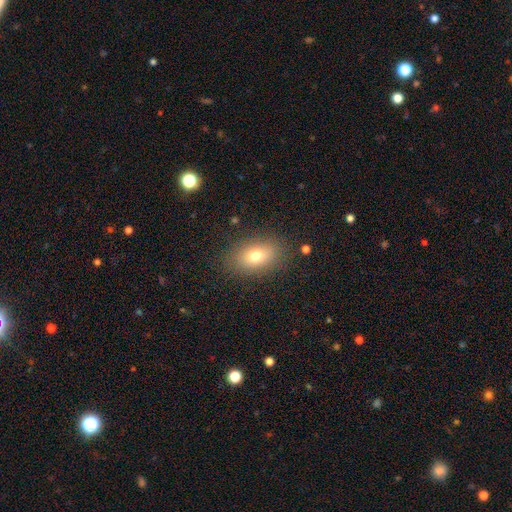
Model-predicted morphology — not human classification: A smooth galaxy with no disk features (73%) that is in between round and cigar-shaped (81%).

Vote fractions:
- Smooth or featured? smooth: 73% / featured or disk: 15% / star or artifact: 12%
- How rounded? in between: 81% / round: 17% / cigar-shaped: 2%
- Merging? none: 83% / minor disturbance: 11% / major disturbance: 4% / merger: 1%